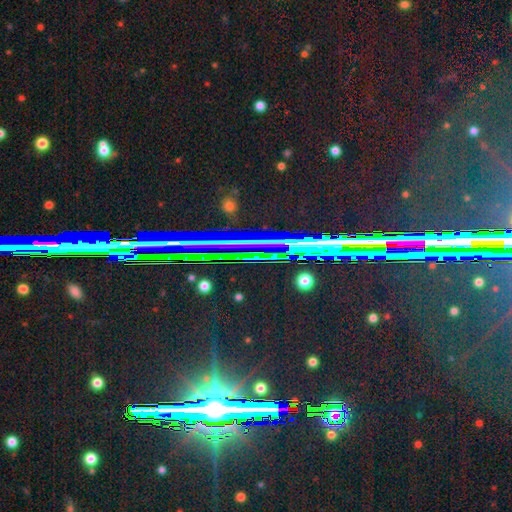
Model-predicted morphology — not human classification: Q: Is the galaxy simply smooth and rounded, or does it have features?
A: star or artifact — 82%.